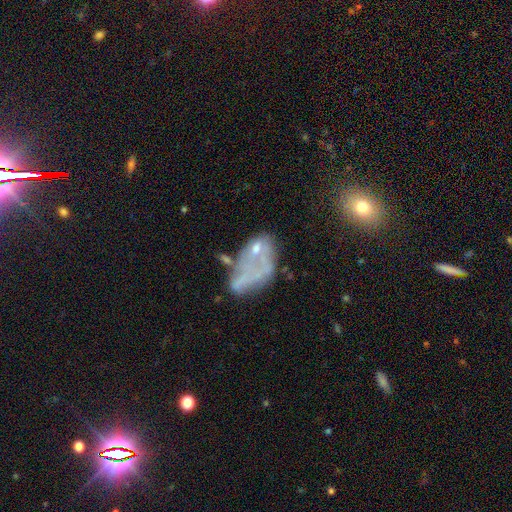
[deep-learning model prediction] The model was most divided on "merging": major disturbance: 34%, none: 27%, merger: 20%, minor disturbance: 19%. More confident: edge-on disk — no (96%); smooth or featured — featured or disk (51%).